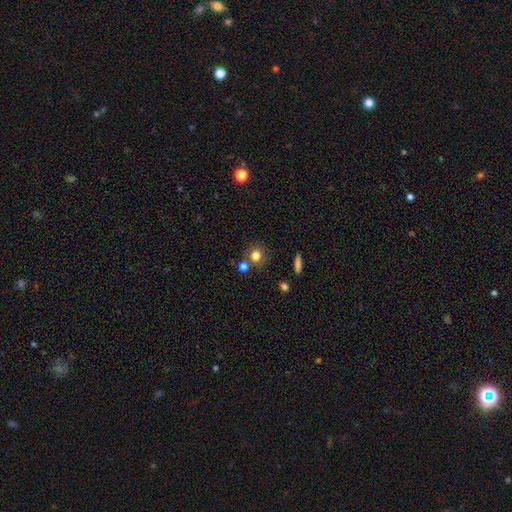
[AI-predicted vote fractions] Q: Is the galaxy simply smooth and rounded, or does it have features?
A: smooth — 79%.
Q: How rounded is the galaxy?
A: round — 80%.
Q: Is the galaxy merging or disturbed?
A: none — 73%.